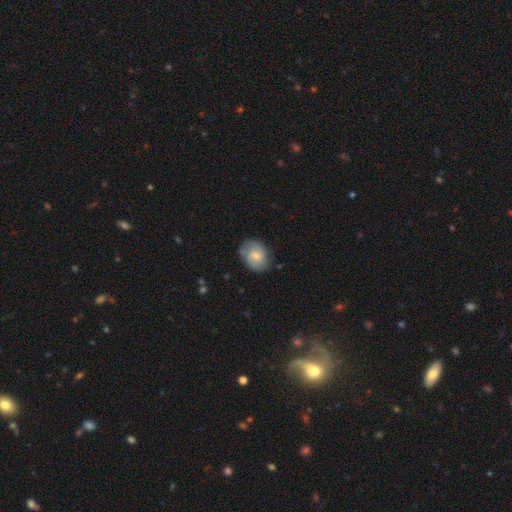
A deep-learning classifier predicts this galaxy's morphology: Smooth or featured: smooth — 52% (featured or disk — 41%)
How rounded: in between — 53% (round — 46%)
Merging: none — 69% (minor disturbance — 23%)